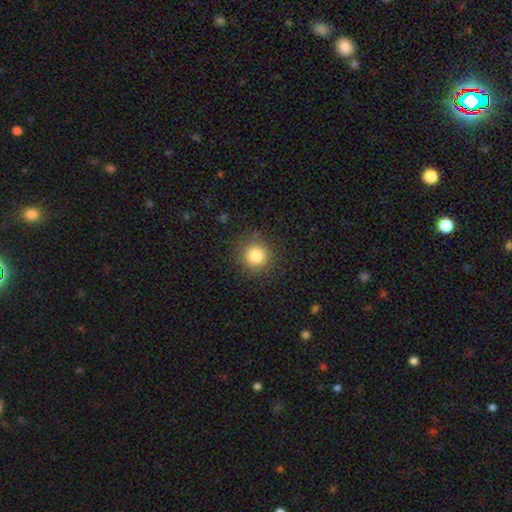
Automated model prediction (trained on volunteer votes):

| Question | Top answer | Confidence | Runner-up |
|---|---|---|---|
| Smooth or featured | smooth | 83% | star or artifact (12%) |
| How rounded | round | 94% | in between (5%) |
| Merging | none | 89% | minor disturbance (7%) |